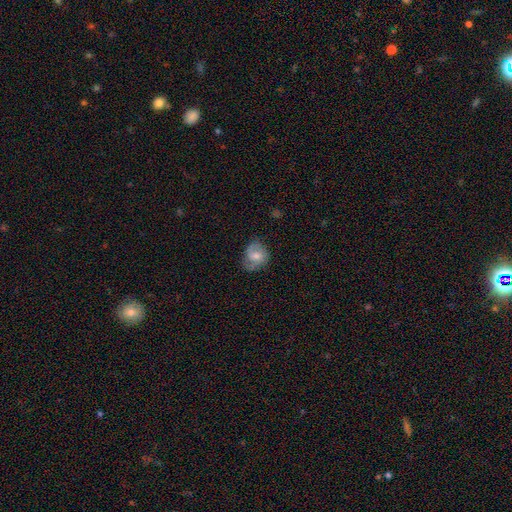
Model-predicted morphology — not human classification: A featured or disk galaxy (48%). Merging: none (61%).